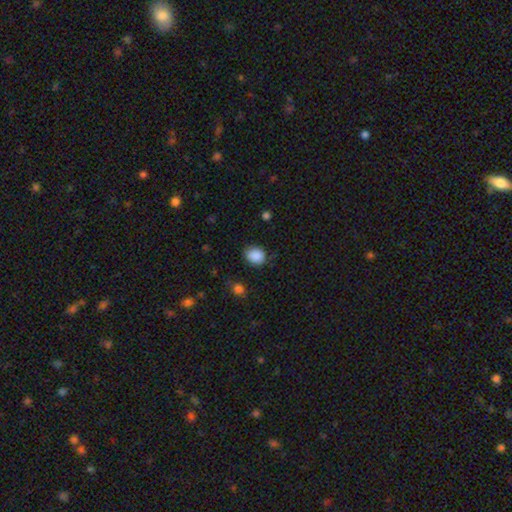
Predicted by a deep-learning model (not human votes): The model was most divided on "how rounded": round: 54%, in between: 45%, cigar-shaped: 1%. More confident: smooth or featured — smooth (88%); merging — none (78%).